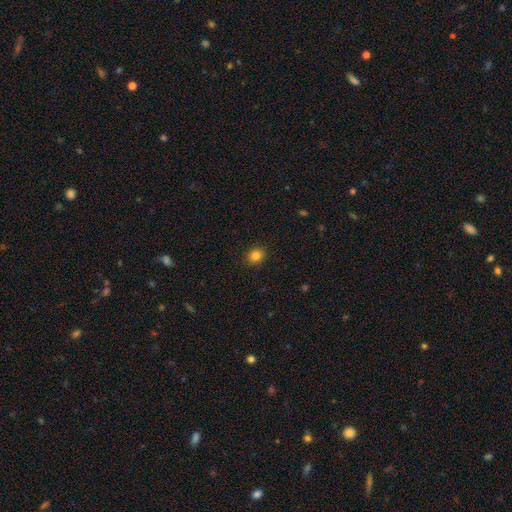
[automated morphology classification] Smooth or featured: smooth — 83% (star or artifact — 12%)
How rounded: round — 80% (in between — 19%)
Merging: none — 91% (minor disturbance — 6%)